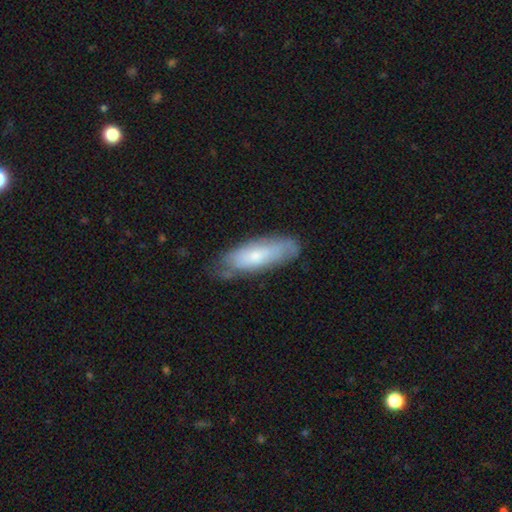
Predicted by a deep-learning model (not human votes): This appears to be a smooth galaxy with no disk features (60%) that is in between round and cigar-shaped (60%). Merging: none (66%).